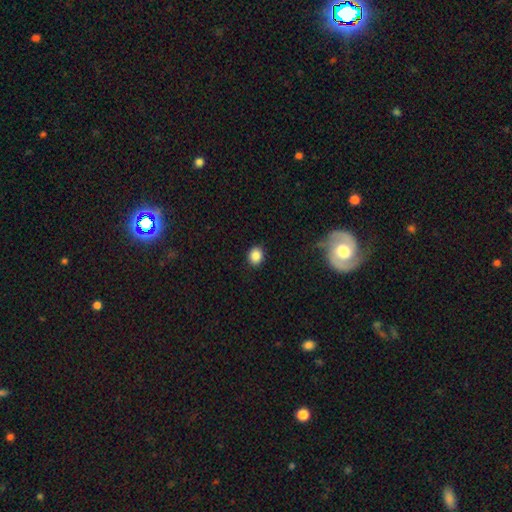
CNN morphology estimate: Smooth or featured? Predicted: smooth (p=0.86). How rounded? Predicted: round (p=0.68). Merging? Predicted: none (p=0.89).